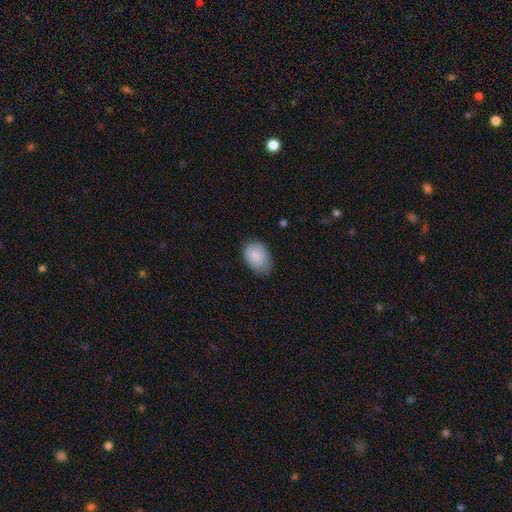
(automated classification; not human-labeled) Smooth or featured?
  - smooth: 88% *
  - star or artifact: 6%
  - featured or disk: 6%
How rounded?
  - in between: 81% *
  - round: 18%
  - cigar-shaped: 1%
Merging?
  - none: 57% *
  - minor disturbance: 35%
  - major disturbance: 6%
  - merger: 1%